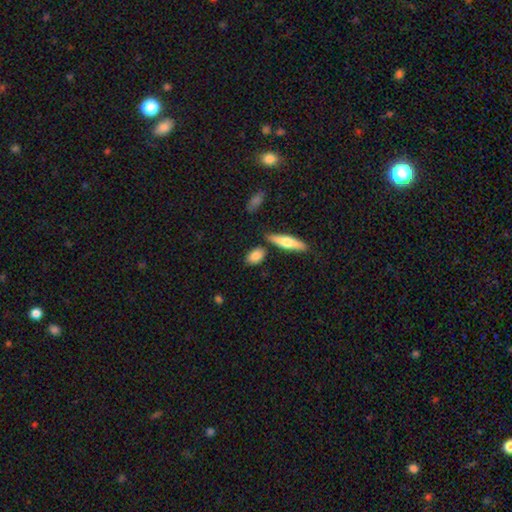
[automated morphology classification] smooth-or-featured: smooth: 83% | featured or disk: 11% | star or artifact: 6%
  how-rounded: in between: 78% | round: 12% | cigar-shaped: 10%
  merging: none: 75% | minor disturbance: 13% | merger: 8% | major disturbance: 3%